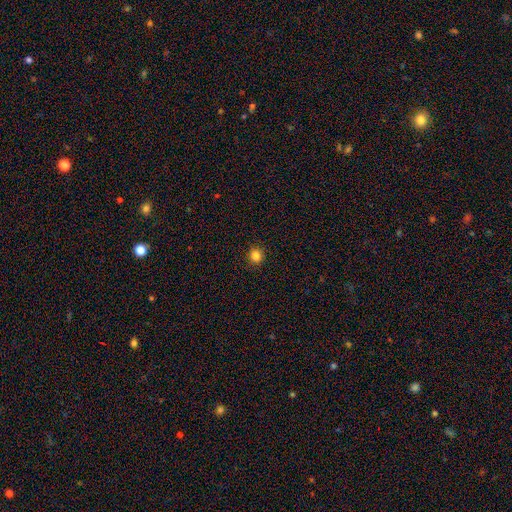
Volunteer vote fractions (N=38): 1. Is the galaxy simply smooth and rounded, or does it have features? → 89% smooth, 8% star or artifact, 3% featured or disk.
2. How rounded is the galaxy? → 97% round, 3% in between, 0% cigar-shaped.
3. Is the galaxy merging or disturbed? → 97% none, 3% minor disturbance, 0% major disturbance, 0% merger.